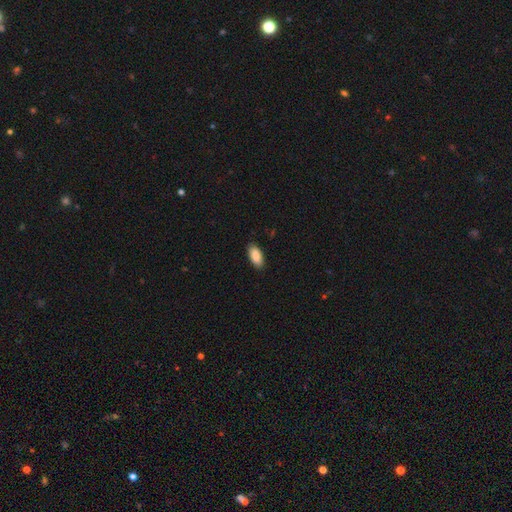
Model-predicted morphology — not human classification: Smooth or featured?
  - smooth: 89% *
  - star or artifact: 6%
  - featured or disk: 4%
How rounded?
  - in between: 90% *
  - cigar-shaped: 8%
  - round: 2%
Merging?
  - none: 88% *
  - minor disturbance: 9%
  - major disturbance: 2%
  - merger: 1%